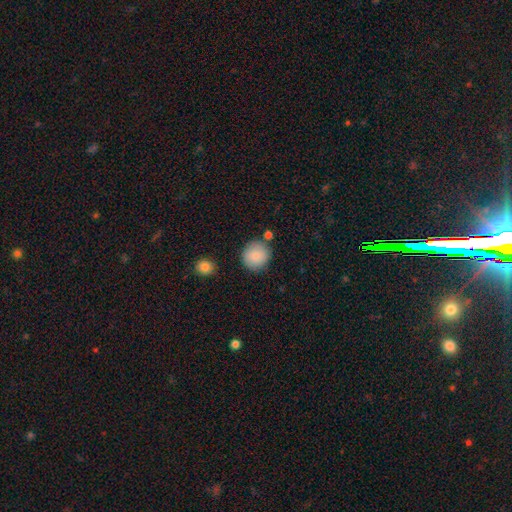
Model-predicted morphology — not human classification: Smooth or featured: smooth — 86% (featured or disk — 7%)
How rounded: round — 92% (in between — 7%)
Merging: none — 82% (minor disturbance — 10%)